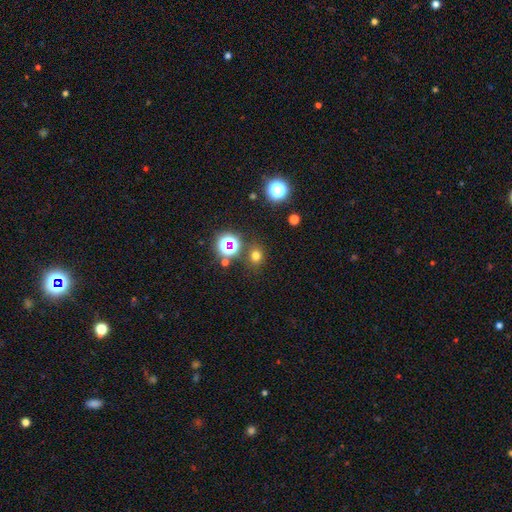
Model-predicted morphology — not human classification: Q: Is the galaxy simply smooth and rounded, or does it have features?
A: smooth — 67%.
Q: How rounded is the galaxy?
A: round — 74%.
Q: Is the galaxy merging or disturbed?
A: none — 82%.